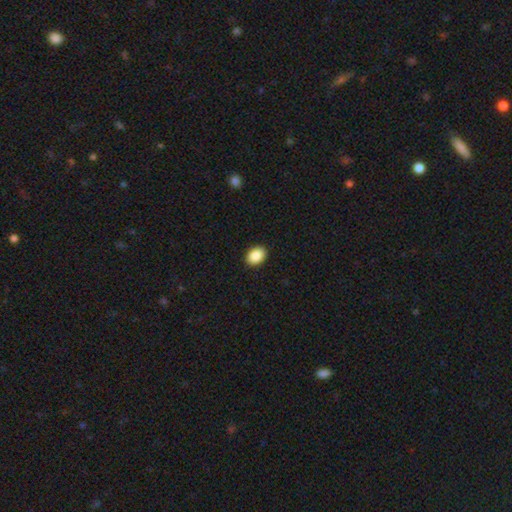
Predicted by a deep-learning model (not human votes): This appears to be a smooth galaxy with no disk features (89%) that is in between round and cigar-shaped (72%). Merging: none (91%).